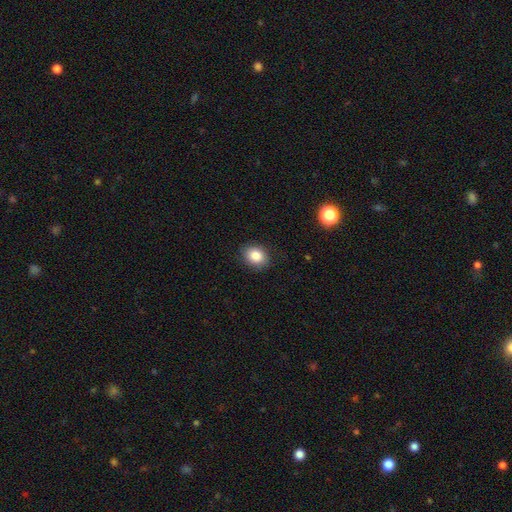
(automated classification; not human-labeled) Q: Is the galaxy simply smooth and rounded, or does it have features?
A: smooth — 85%.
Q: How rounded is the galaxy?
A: in between — 54%.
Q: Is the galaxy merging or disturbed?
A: none — 87%.